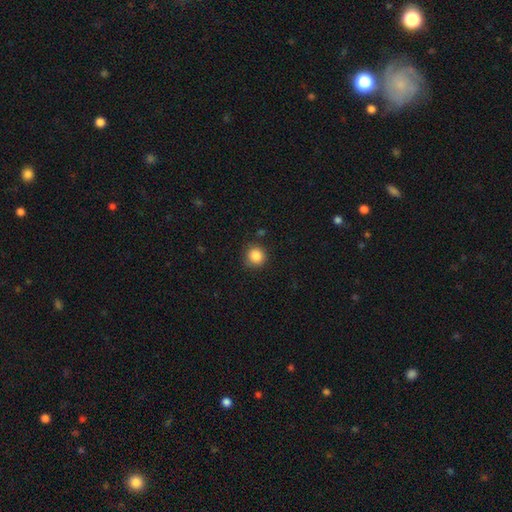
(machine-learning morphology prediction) Smooth or featured? smooth (86%)
How rounded? round (92%)
Merging? none (84%)